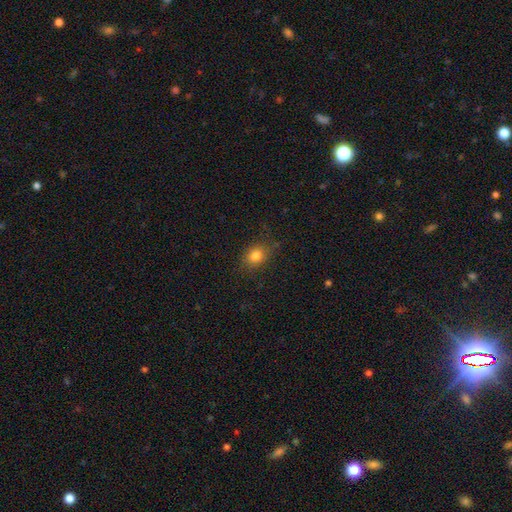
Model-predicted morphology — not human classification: The model was most divided on "how rounded": in between: 50%, round: 49%, cigar-shaped: 1%. More confident: smooth or featured — smooth (81%); merging — none (80%).